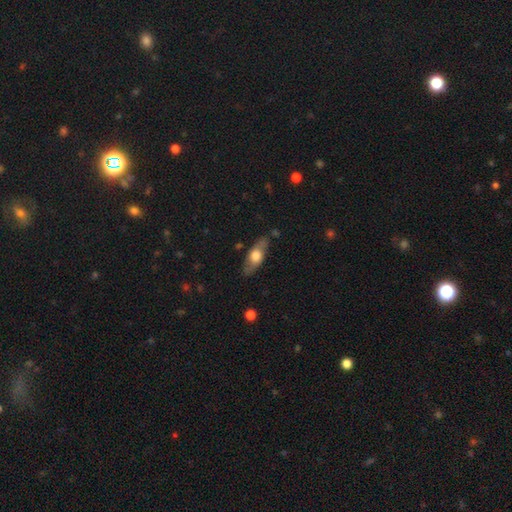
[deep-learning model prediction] Smooth or featured? Predicted: smooth (p=0.53). How rounded? Predicted: in between (p=0.70). Merging? Predicted: none (p=0.78).